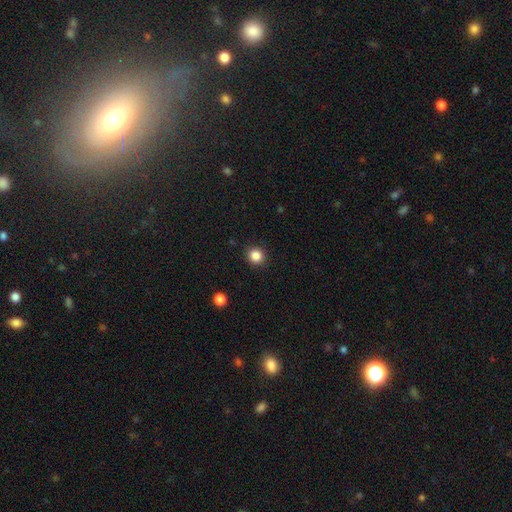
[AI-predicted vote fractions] Smooth or featured: smooth — 86% (star or artifact — 11%)
How rounded: round — 86% (in between — 13%)
Merging: none — 91% (minor disturbance — 6%)